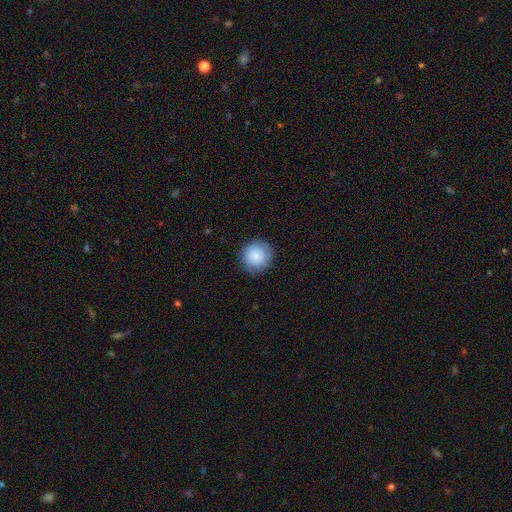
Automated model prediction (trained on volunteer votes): Smooth or featured? Predicted: smooth (p=0.84). How rounded? Predicted: round (p=0.94). Merging? Predicted: none (p=0.86).